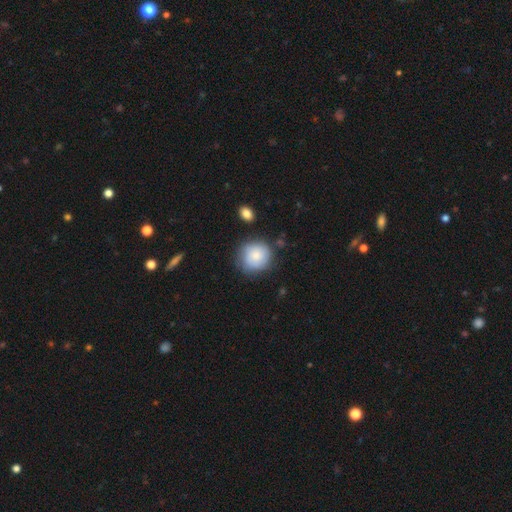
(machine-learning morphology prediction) Smooth or featured?
  - smooth: 71% *
  - featured or disk: 22%
  - star or artifact: 7%
How rounded?
  - round: 87% *
  - in between: 12%
  - cigar-shaped: 1%
Merging?
  - none: 73% *
  - minor disturbance: 19%
  - major disturbance: 5%
  - merger: 3%